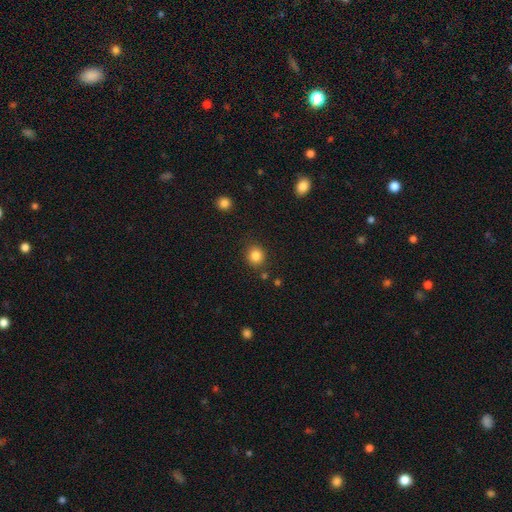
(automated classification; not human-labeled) This appears to be a smooth galaxy with no disk features (85%) that is round (87%). Merging: none (85%).